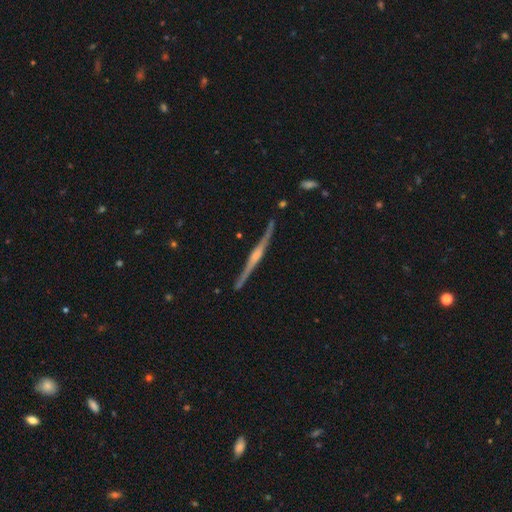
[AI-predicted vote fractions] A featured or disk galaxy (86%) viewed edge-on (98%) with a rounded central bulge (71%). Merging: none (89%).